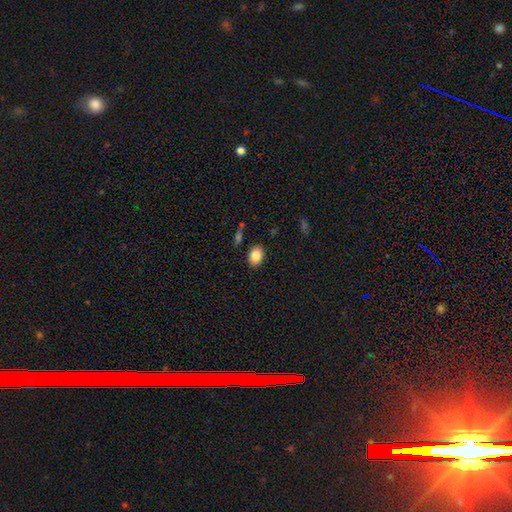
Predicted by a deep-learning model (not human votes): Smooth or featured? smooth (85%)
How rounded? in between (70%)
Merging? none (87%)